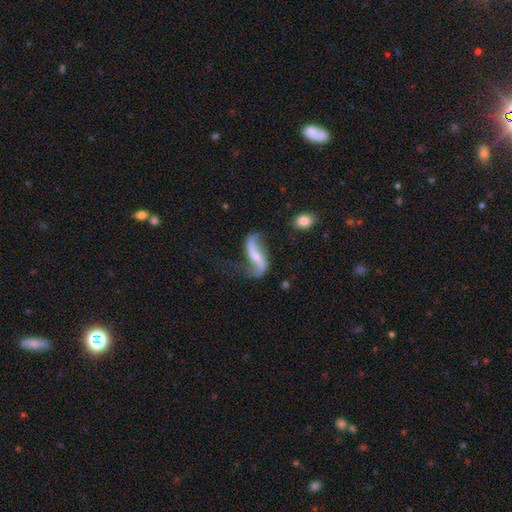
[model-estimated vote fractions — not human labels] A featured or disk galaxy (85%) with a strong bar (43%), 2 (92%) loose (93%) spiral arms (93%) and a small central bulge (51%). Merging: none (62%).